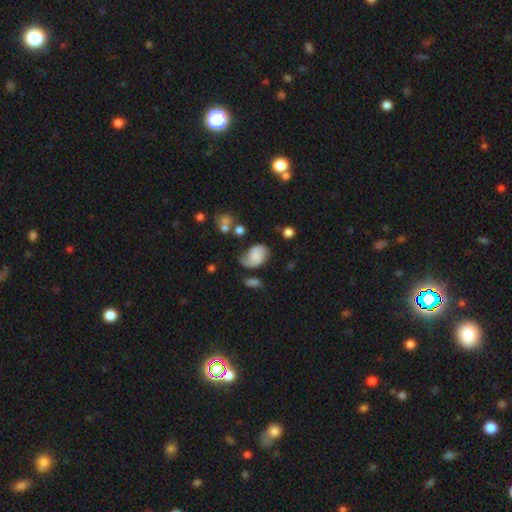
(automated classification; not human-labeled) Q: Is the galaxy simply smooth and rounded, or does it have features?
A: featured or disk — 49%.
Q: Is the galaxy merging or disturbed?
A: none — 43%.